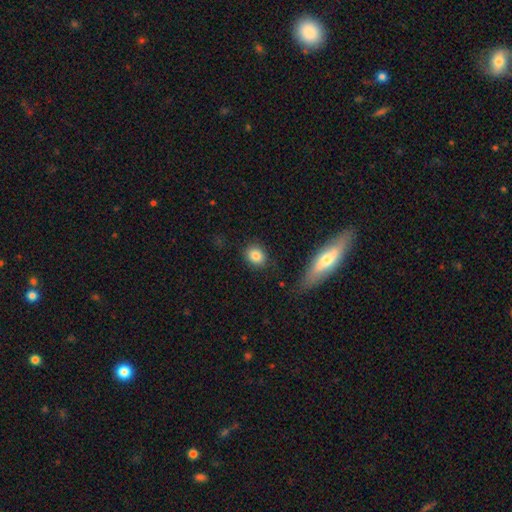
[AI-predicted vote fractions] This appears to be a smooth galaxy with no disk features (85%) that is round (57%). Merging: none (84%).